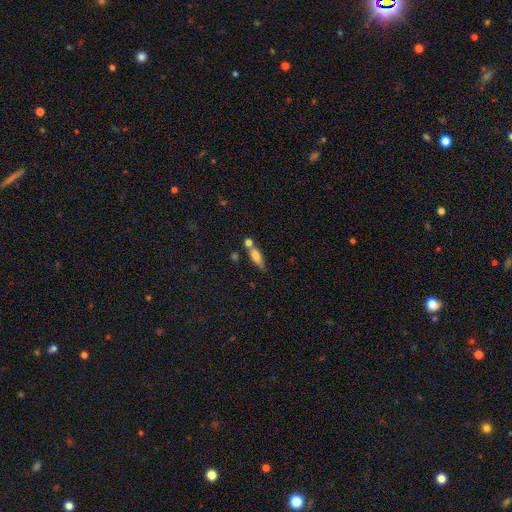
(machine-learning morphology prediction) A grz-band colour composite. It shows a smooth galaxy with no disk features (69%) that is cigar-shaped (50%). Merging: none (55%).